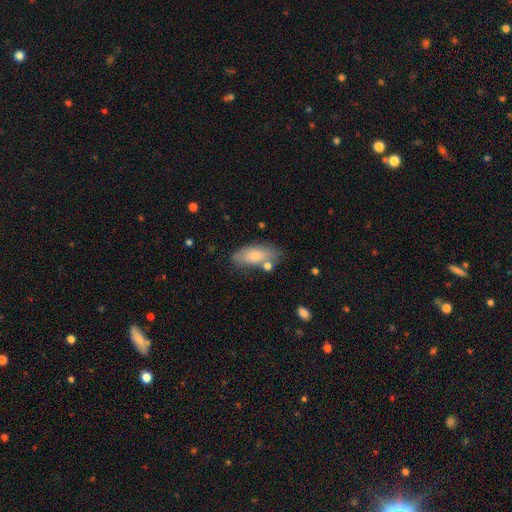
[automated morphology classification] Smooth or featured: smooth — 75% (featured or disk — 19%)
How rounded: in between — 85% (cigar-shaped — 12%)
Merging: none — 65% (minor disturbance — 20%)